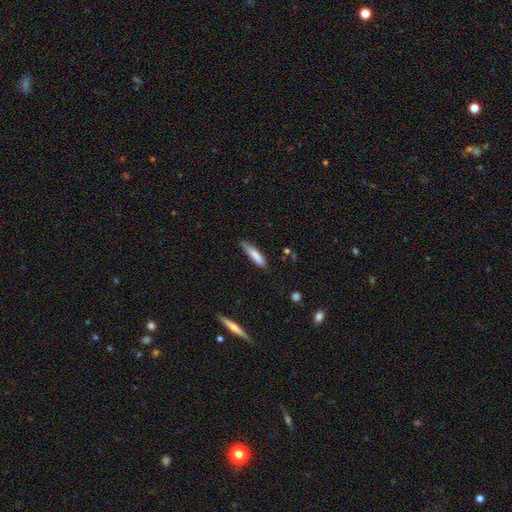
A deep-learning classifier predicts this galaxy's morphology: A smooth galaxy with no disk features (81%) that is cigar-shaped (77%). Merging: none (71%).